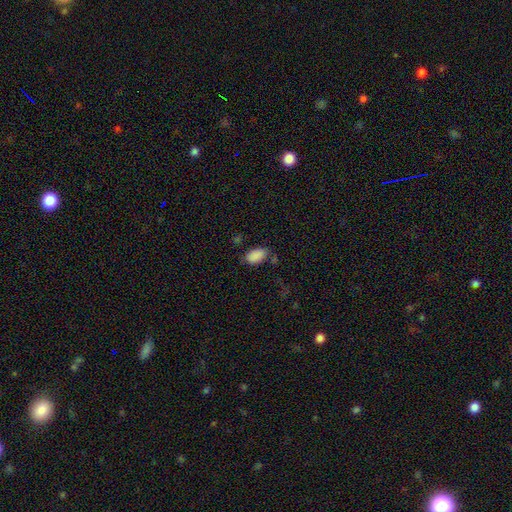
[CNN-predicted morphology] Q: Smooth or featured?
A: smooth (88%); runner-up: star or artifact (8%)
Q: How rounded?
A: in between (93%); runner-up: round (5%)
Q: Merging?
A: none (71%); runner-up: minor disturbance (19%)